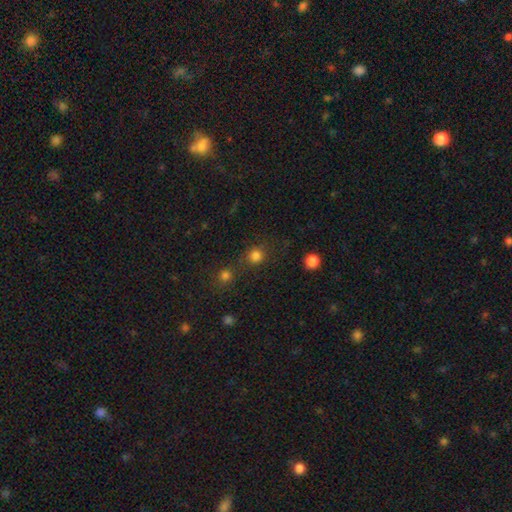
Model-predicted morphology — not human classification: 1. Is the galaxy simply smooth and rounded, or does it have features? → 80% smooth, 15% star or artifact, 5% featured or disk.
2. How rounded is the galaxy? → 90% round, 9% in between, 1% cigar-shaped.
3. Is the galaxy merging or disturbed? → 69% none, 16% merger, 10% minor disturbance, 5% major disturbance.